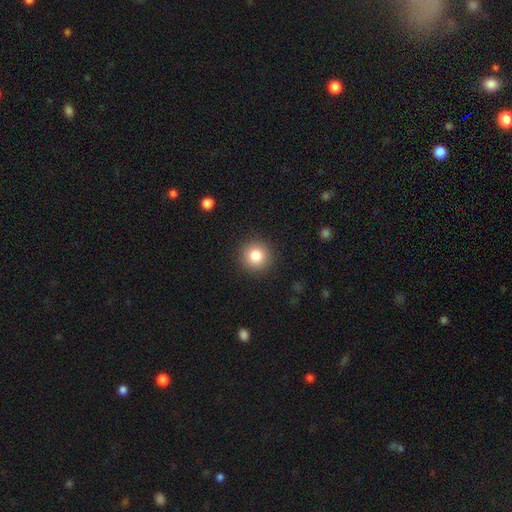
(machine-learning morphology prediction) smooth-or-featured: smooth: 82% | star or artifact: 11% | featured or disk: 8%
  how-rounded: round: 95% | in between: 4% | cigar-shaped: 1%
  merging: none: 92% | minor disturbance: 5% | major disturbance: 2% | merger: 1%